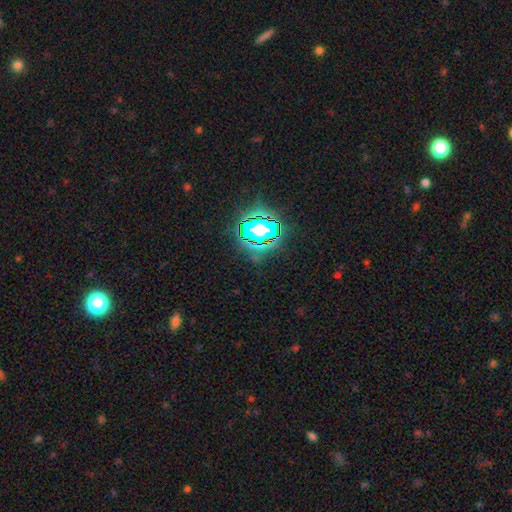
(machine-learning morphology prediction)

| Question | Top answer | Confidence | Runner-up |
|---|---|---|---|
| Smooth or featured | star or artifact | 71% | smooth (17%) |